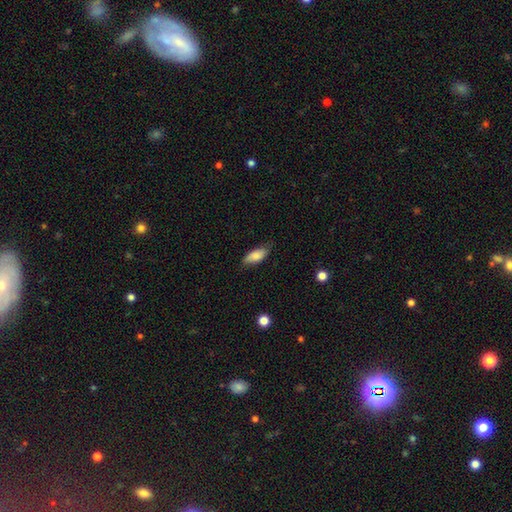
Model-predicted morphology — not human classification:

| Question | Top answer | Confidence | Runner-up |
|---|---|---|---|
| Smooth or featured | smooth | 79% | featured or disk (14%) |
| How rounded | in between | 83% | cigar-shaped (14%) |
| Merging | none | 71% | minor disturbance (24%) |